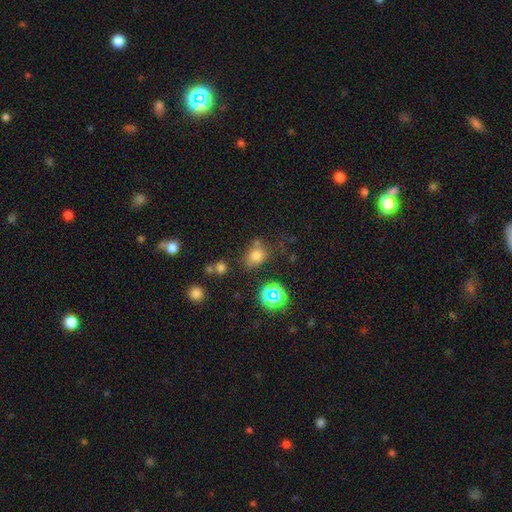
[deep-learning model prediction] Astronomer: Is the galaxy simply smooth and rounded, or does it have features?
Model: smooth — 70%.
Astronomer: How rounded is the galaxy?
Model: round — 52% (runner-up: in between, 46%).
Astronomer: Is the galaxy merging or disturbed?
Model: none — 62%.